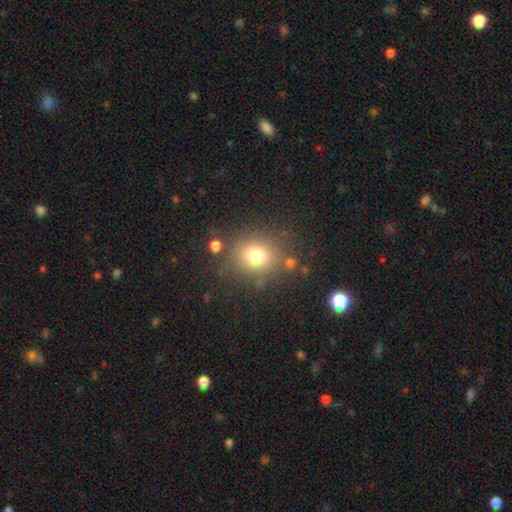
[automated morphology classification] Smooth or featured?
  - smooth: 74% *
  - star or artifact: 16%
  - featured or disk: 10%
How rounded?
  - round: 78% *
  - in between: 21%
  - cigar-shaped: 1%
Merging?
  - none: 78% *
  - minor disturbance: 11%
  - merger: 6%
  - major disturbance: 5%